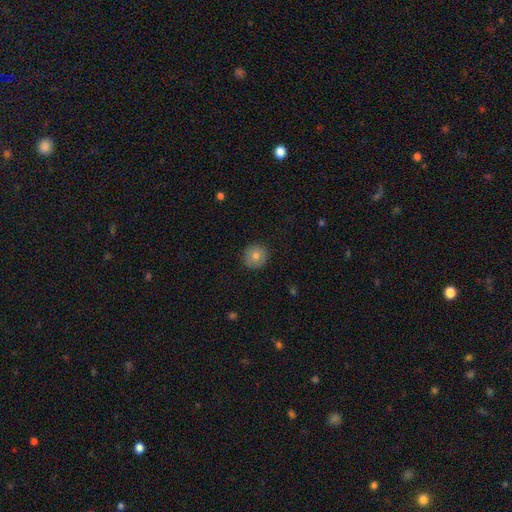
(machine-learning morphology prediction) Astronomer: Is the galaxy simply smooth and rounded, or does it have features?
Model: smooth — 77%.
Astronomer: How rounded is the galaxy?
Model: round — 93%.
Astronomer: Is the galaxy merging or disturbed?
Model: none — 91%.